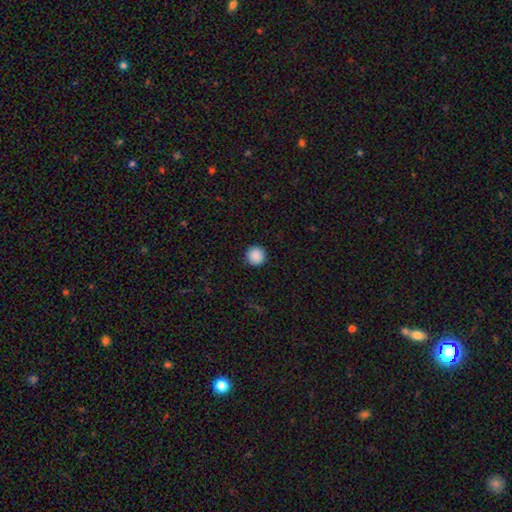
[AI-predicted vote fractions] Smooth or featured? smooth (89%)
How rounded? round (96%)
Merging? none (92%)